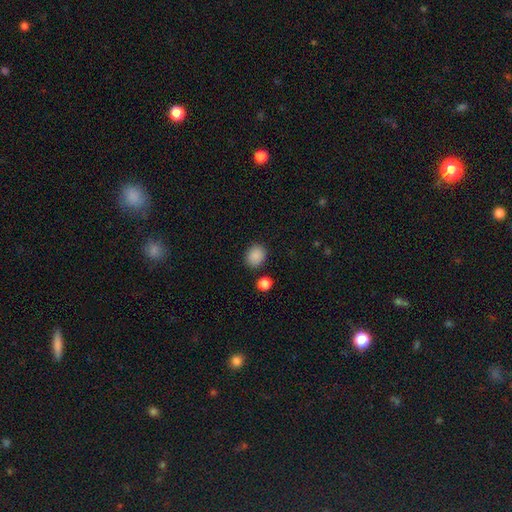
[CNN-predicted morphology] Smooth or featured? smooth (88%)
How rounded? round (66%)
Merging? none (86%)